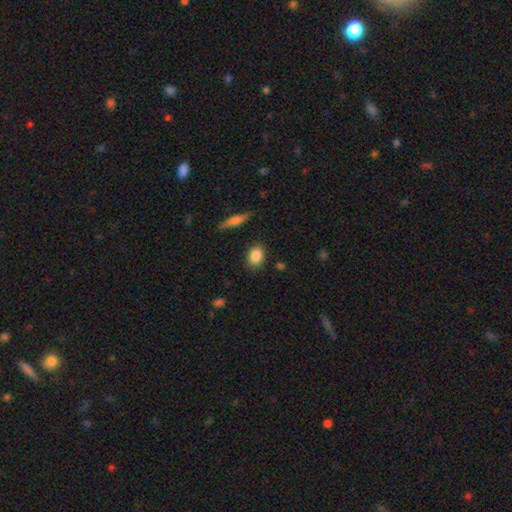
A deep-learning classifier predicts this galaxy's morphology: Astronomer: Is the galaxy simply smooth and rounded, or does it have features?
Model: smooth — 87%.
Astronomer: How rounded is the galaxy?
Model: in between — 69%.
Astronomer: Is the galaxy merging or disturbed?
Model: none — 84%.